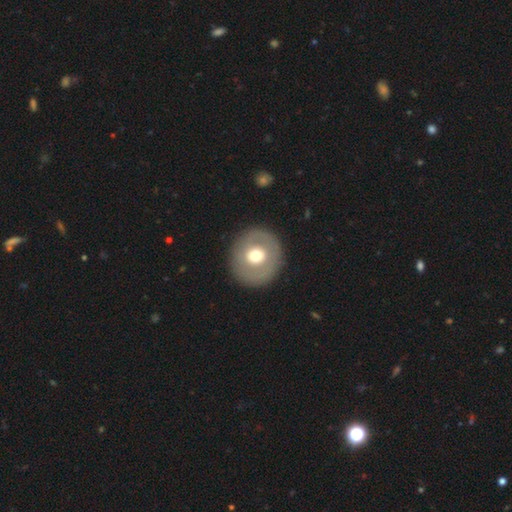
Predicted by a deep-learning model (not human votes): Morphology: type=smooth (54%); roundness=round (90%); merging=none (88%).